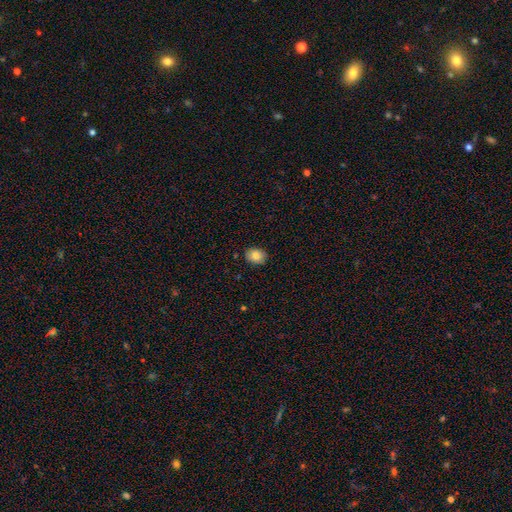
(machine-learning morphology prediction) This is clearly a smooth galaxy (83%). How rounded: possibly in between (55%). Merging: clearly none (87%).